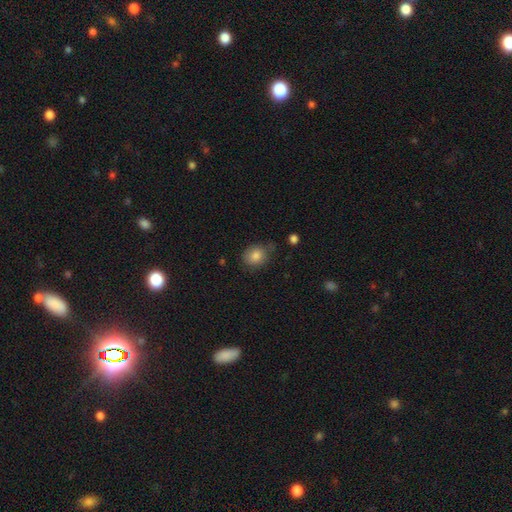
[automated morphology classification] Smooth or featured: smooth — 84% (star or artifact — 9%)
How rounded: round — 54% (in between — 45%)
Merging: none — 69% (minor disturbance — 23%)